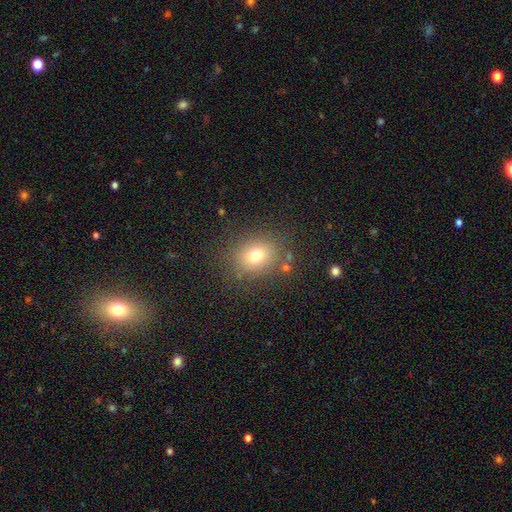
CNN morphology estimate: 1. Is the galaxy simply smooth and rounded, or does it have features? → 73% smooth, 15% star or artifact, 12% featured or disk.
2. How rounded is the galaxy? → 55% round, 44% in between, 1% cigar-shaped.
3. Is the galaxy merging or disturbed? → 82% none, 11% minor disturbance, 4% major disturbance, 3% merger.